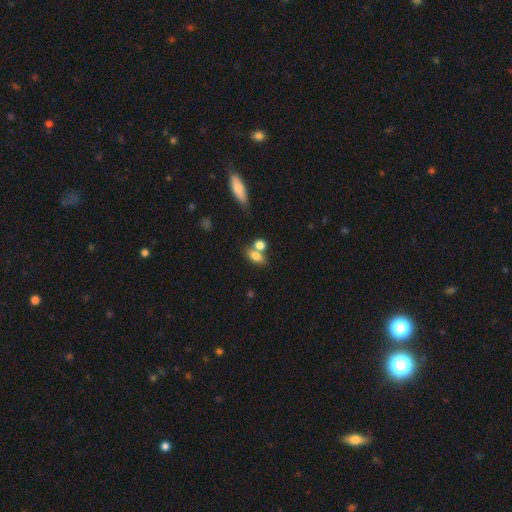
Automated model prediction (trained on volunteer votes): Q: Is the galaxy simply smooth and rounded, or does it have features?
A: smooth — 76%.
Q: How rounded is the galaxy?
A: in between — 78%.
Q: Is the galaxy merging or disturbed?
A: none — 45%.